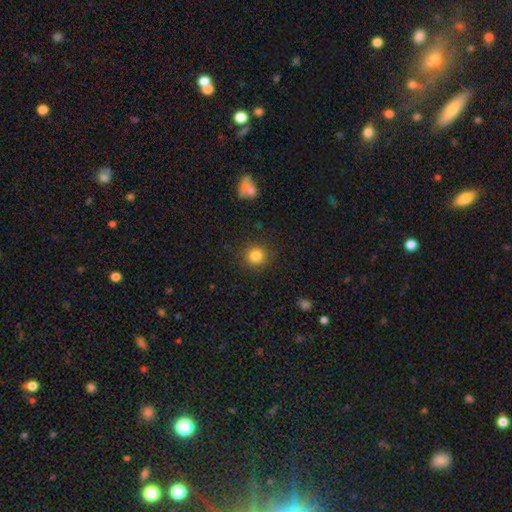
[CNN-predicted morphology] smooth_or_featured: smooth (p=0.83) [alt: star or artifact p=0.12]
how_rounded: round (p=0.92) [alt: in between p=0.07]
merging: none (p=0.89) [alt: minor disturbance p=0.07]